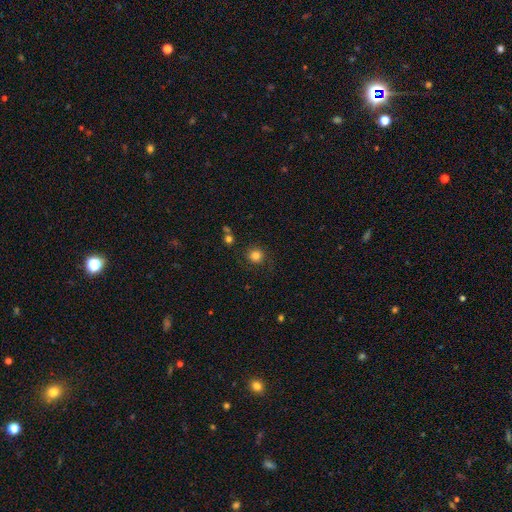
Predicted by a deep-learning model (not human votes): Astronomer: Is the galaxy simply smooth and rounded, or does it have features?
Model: smooth — 82%.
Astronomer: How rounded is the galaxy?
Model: round — 93%.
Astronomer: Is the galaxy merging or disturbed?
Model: none — 84%.